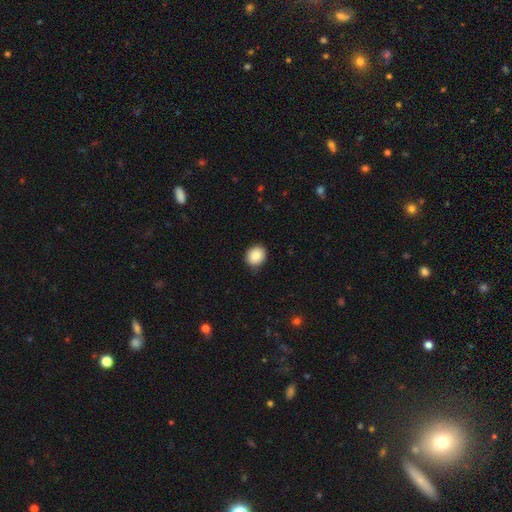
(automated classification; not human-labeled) Q: Smooth or featured?
A: smooth (88%); runner-up: star or artifact (8%)
Q: How rounded?
A: round (75%); runner-up: in between (24%)
Q: Merging?
A: none (87%); runner-up: minor disturbance (10%)